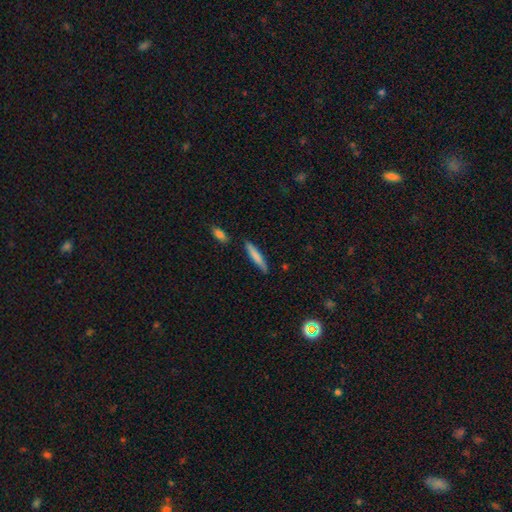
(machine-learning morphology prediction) smooth-or-featured: smooth: 75% | featured or disk: 19% | star or artifact: 6%
  how-rounded: cigar-shaped: 91% | in between: 8% | round: 1%
  merging: none: 82% | minor disturbance: 12% | merger: 4% | major disturbance: 2%